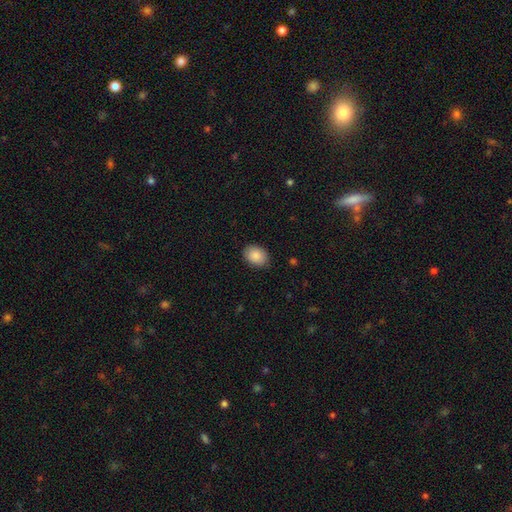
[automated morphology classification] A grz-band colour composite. It shows a smooth galaxy with no disk features (88%) that is in between round and cigar-shaped (72%). Merging: none (87%).